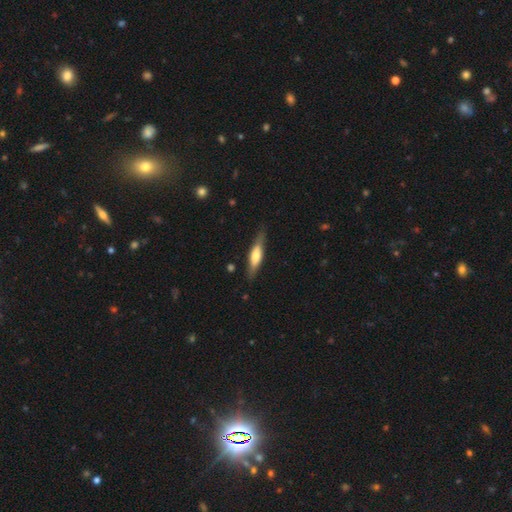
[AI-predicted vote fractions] Smooth or featured? Predicted: smooth (p=0.52). How rounded? Predicted: cigar-shaped (p=0.73). Merging? Predicted: none (p=0.80).